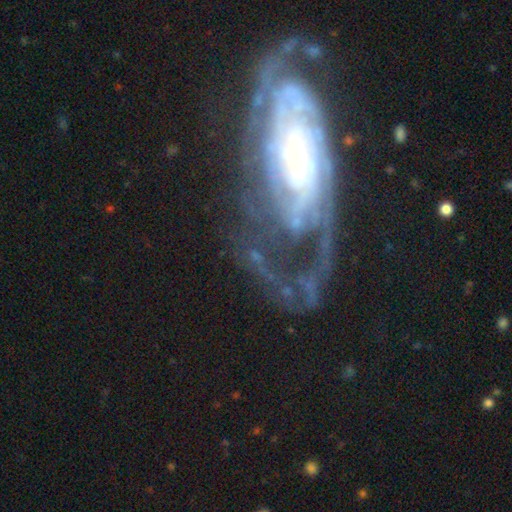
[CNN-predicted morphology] This appears to be a featured or disk galaxy (83%) with no bar (67%), tight (62%) spiral arms (92%) and a small central bulge (72%). Merging: none (56%).